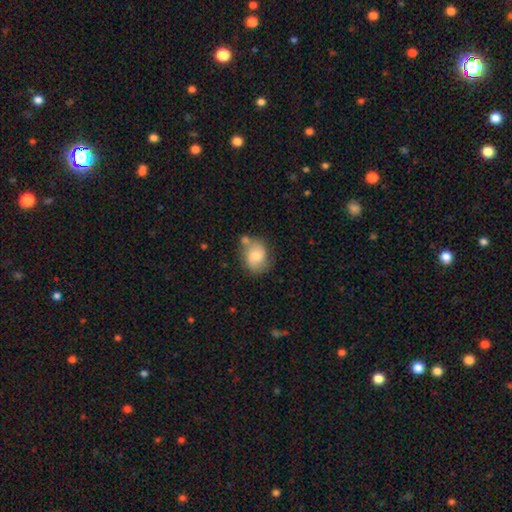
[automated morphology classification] smooth 52%, featured or disk 39%, star or artifact 8%. Down the decision tree: how rounded — round (52%); merging — none (51%).